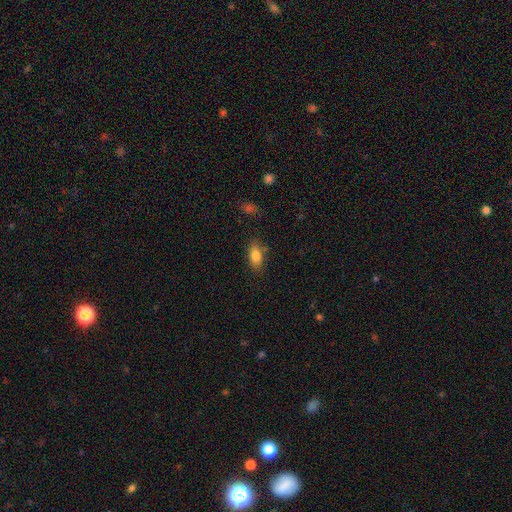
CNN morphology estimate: smooth_or_featured: smooth (p=0.83) [alt: featured or disk p=0.09]
how_rounded: in between (p=0.87) [alt: cigar-shaped p=0.08]
merging: none (p=0.77) [alt: minor disturbance p=0.16]